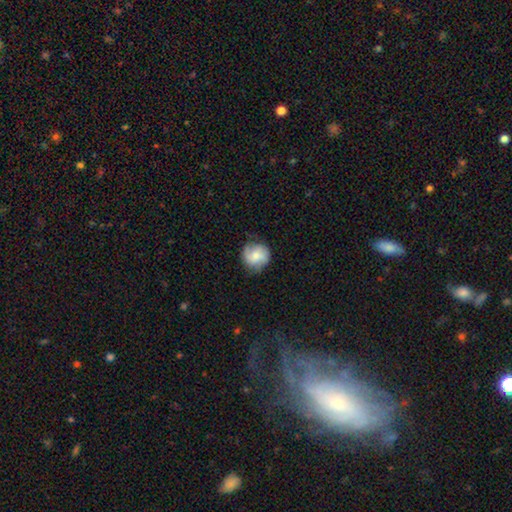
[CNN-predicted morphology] smooth 47%, featured or disk 46%, star or artifact 7%. Down the decision tree: merging — none (73%).